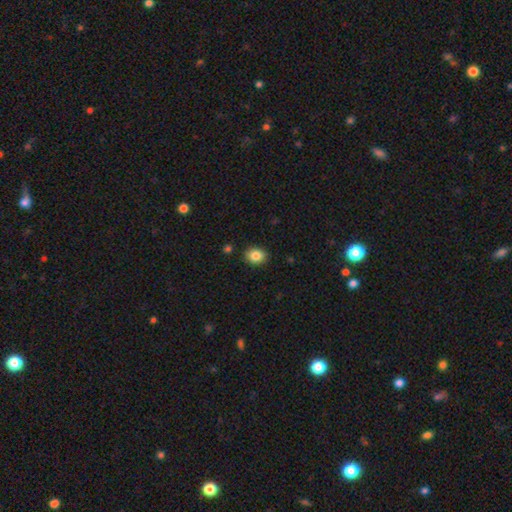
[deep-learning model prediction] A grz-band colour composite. It shows a smooth galaxy with no disk features (85%) that is in between round and cigar-shaped (54%). Merging: none (88%).